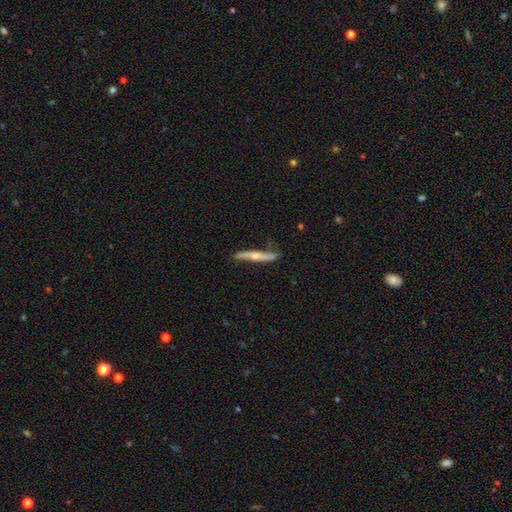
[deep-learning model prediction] Smooth or featured?
  - featured or disk: 69% *
  - smooth: 25%
  - star or artifact: 6%
Edge-on disk?
  - yes: 85% *
  - no: 15%
Edge-on bulge?
  - rounded: 85% *
  - none: 11%
  - boxy: 4%
Merging?
  - none: 77% *
  - minor disturbance: 18%
  - major disturbance: 3%
  - merger: 2%